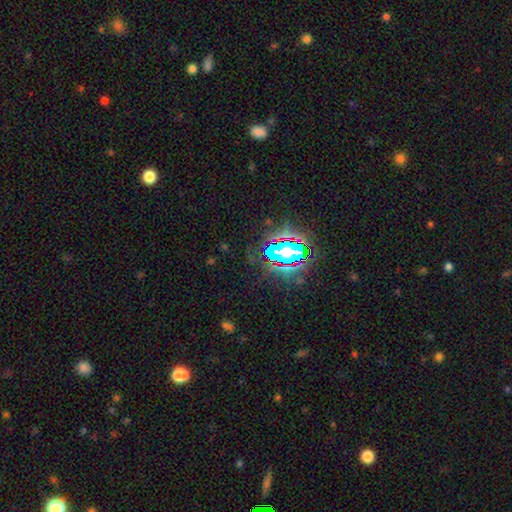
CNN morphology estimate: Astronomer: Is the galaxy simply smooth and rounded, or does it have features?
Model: star or artifact — 75%.